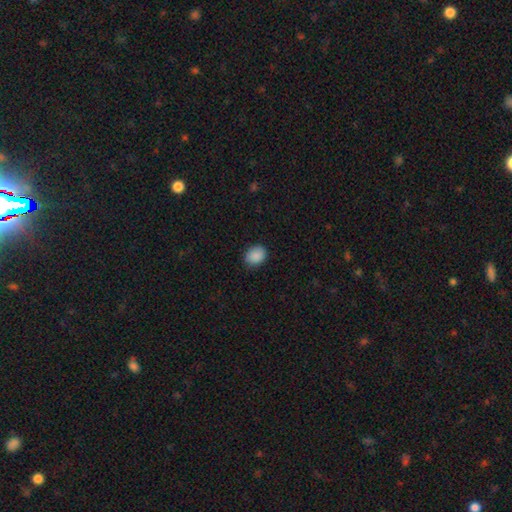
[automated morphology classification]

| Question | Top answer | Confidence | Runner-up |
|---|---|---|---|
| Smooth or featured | smooth | 89% | star or artifact (8%) |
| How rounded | in between | 51% | round (49%) |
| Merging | none | 87% | minor disturbance (10%) |